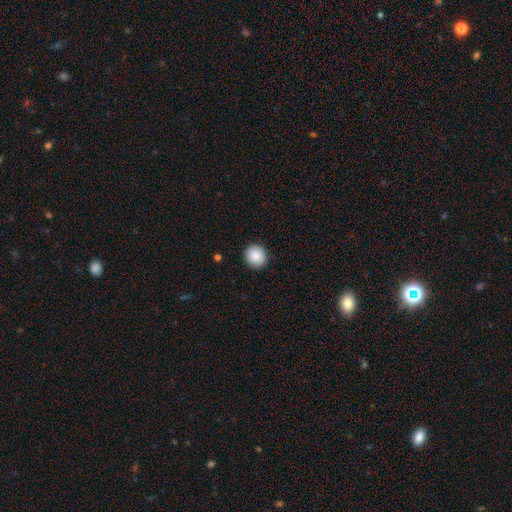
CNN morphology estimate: Smooth or featured? Predicted: smooth (p=0.88). How rounded? Predicted: round (p=0.89). Merging? Predicted: none (p=0.91).